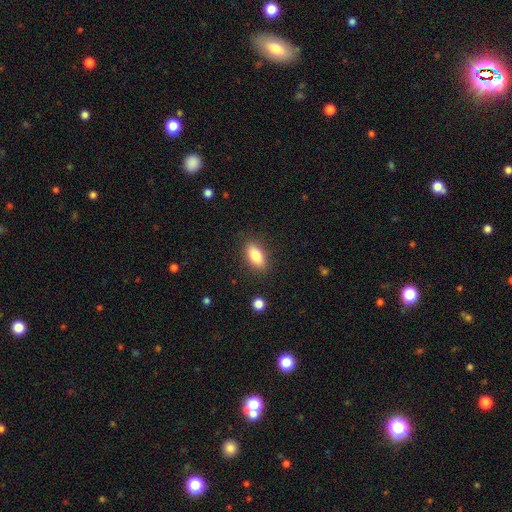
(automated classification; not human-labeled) smooth_or_featured: smooth (p=0.82) [alt: featured or disk p=0.10]
how_rounded: in between (p=0.86) [alt: cigar-shaped p=0.10]
merging: none (p=0.86) [alt: minor disturbance p=0.10]